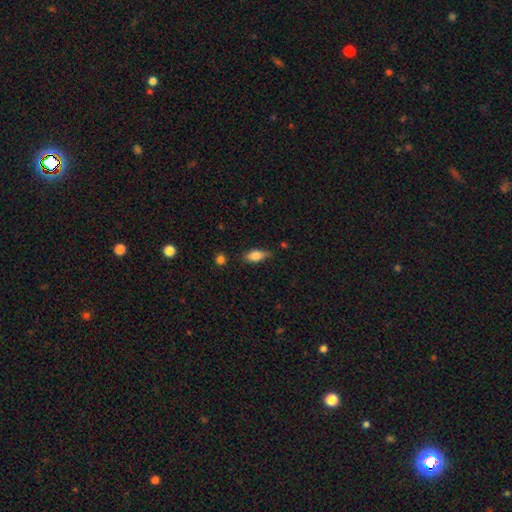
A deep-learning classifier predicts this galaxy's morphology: The model was most divided on "merging": none: 68%, minor disturbance: 25%, major disturbance: 5%, merger: 3%. More confident: how rounded — in between (79%); smooth or featured — smooth (73%).